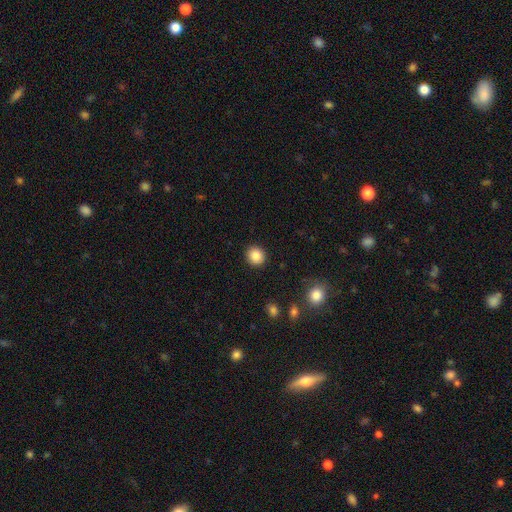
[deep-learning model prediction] A smooth galaxy with no disk features (86%) that is round (88%). Merging: none (91%).